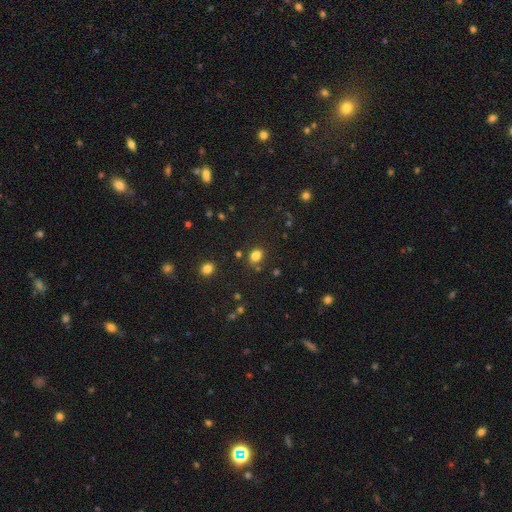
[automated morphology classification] This is clearly a smooth galaxy (81%). How rounded: possibly in between (51%). Merging: likely none (78%).